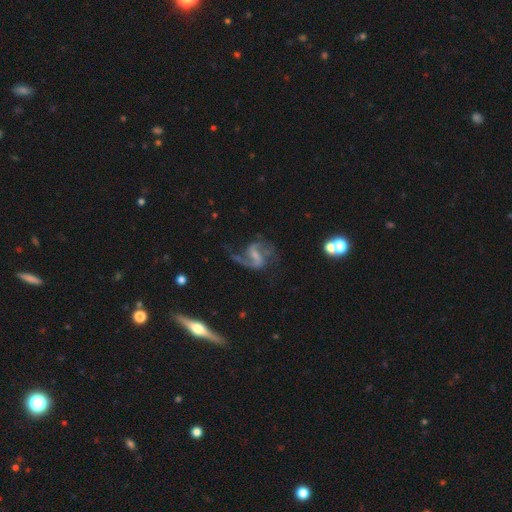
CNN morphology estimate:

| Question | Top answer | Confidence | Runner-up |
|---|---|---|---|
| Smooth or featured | featured or disk | 87% | smooth (7%) |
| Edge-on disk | no | 98% | yes (2%) |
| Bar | weak | 53% | strong (28%) |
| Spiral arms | yes | 95% | no (5%) |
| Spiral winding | loose | 51% | medium (42%) |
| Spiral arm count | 2 | 83% | 1 (9%) |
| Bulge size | small | 49% | moderate (24%) |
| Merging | none | 55% | major disturbance (24%) |